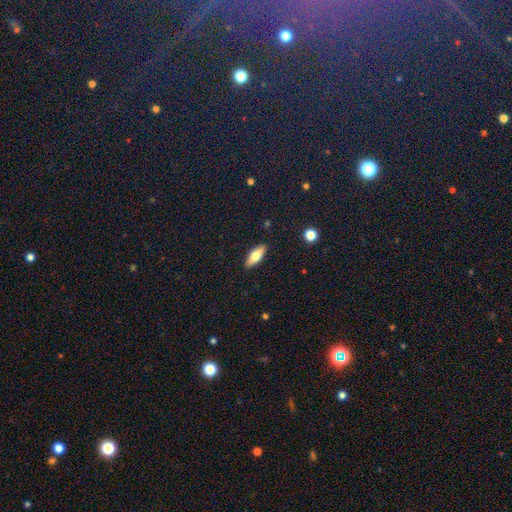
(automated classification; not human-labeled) Smooth or featured? Predicted: smooth (p=0.66). How rounded? Predicted: in between (p=0.65). Merging? Predicted: none (p=0.89).